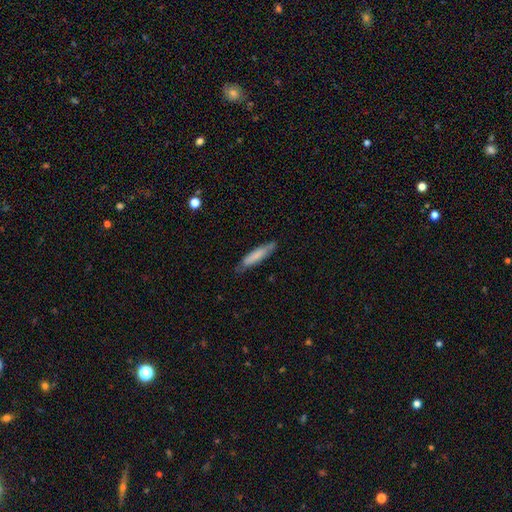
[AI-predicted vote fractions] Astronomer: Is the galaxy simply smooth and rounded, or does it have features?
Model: smooth — 76%.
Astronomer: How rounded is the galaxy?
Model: cigar-shaped — 81%.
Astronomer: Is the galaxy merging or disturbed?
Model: none — 74%.